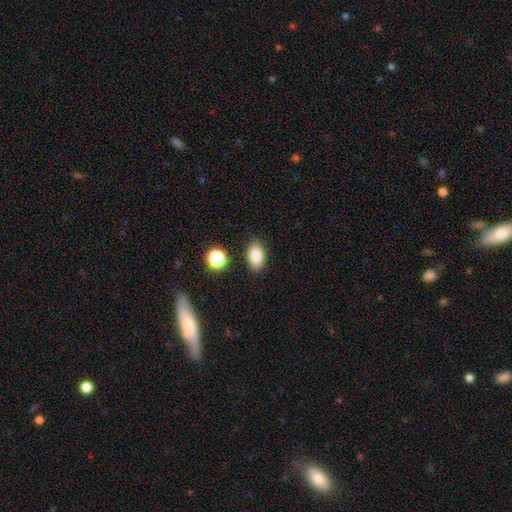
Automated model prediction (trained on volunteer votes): The model was most divided on "smooth or featured": smooth: 83%, star or artifact: 9%, featured or disk: 8%. More confident: how rounded — in between (89%); merging — none (86%).